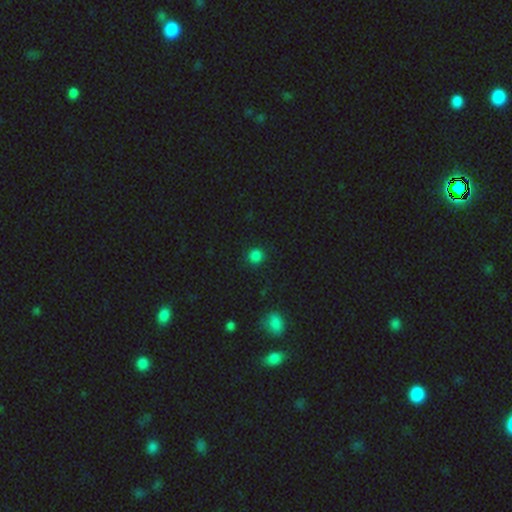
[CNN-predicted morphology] This appears to be a smooth galaxy with no disk features (81%) that is round (91%). Merging: none (89%).